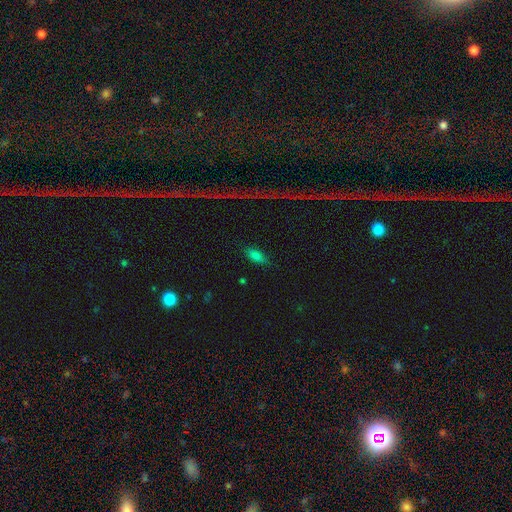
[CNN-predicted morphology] Smooth or featured: smooth — 77% (star or artifact — 14%)
How rounded: in between — 84% (cigar-shaped — 13%)
Merging: none — 83% (minor disturbance — 13%)